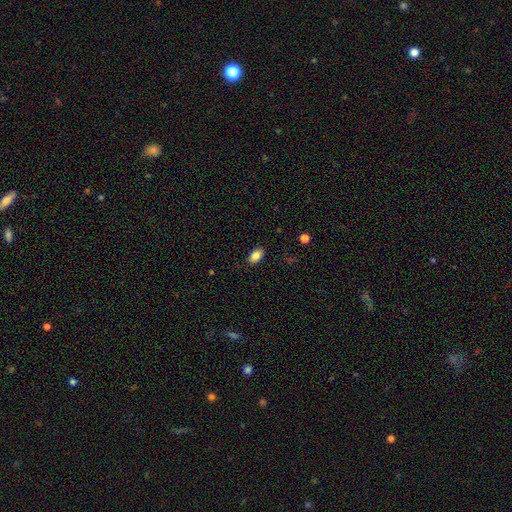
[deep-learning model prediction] smooth 86%, star or artifact 8%, featured or disk 5%. Down the decision tree: how rounded — in between (91%); merging — none (87%).